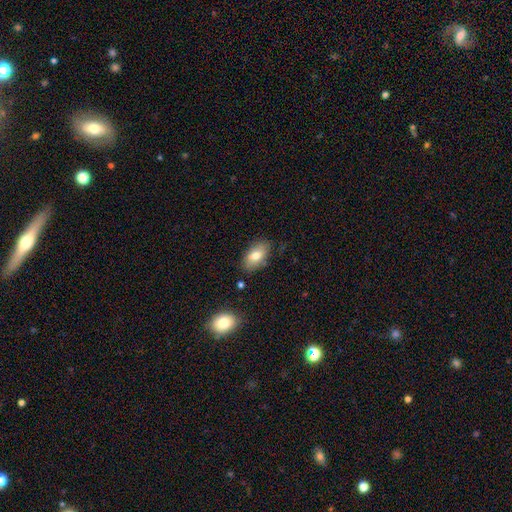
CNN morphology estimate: smooth 75%, featured or disk 18%, star or artifact 8%. Down the decision tree: how rounded — in between (92%); merging — none (79%).